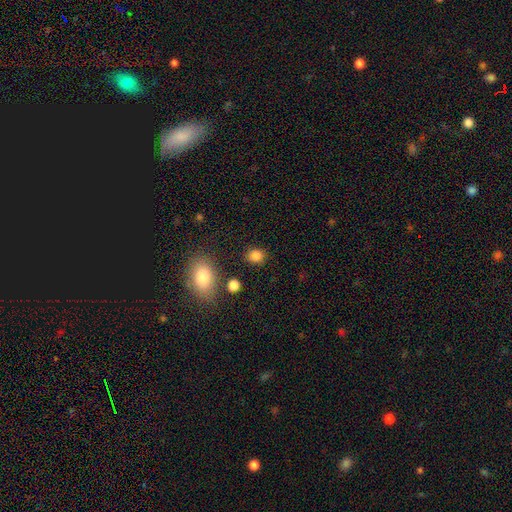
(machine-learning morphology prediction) This is clearly a smooth galaxy (85%). How rounded: likely round (65%). Merging: clearly none (85%).